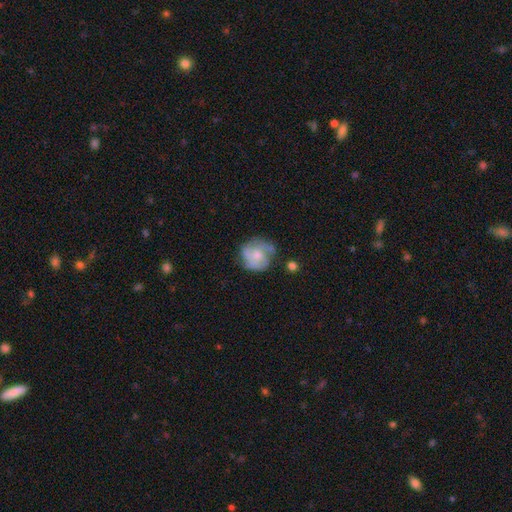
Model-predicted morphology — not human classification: Smooth or featured? featured or disk (63%)
Edge-on disk? no (98%)
Bar? no (78%)
Spiral arms? yes (83%)
Spiral winding? tight (43%)
Spiral arm count? 3 (34%)
Bulge size? moderate (53%)
Merging? none (65%)